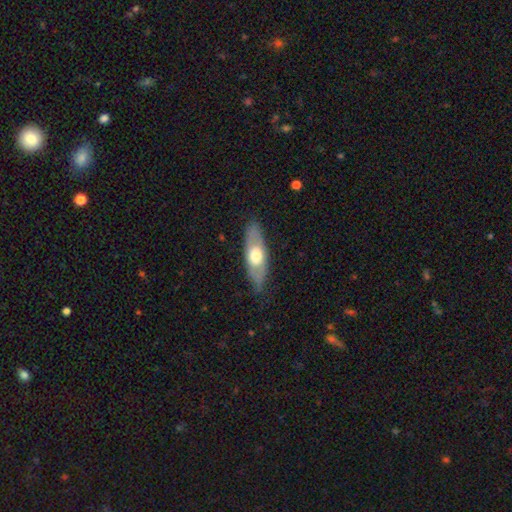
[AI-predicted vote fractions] smooth_or_featured: smooth (p=0.49) [alt: featured or disk p=0.46]
merging: none (p=0.79) [alt: minor disturbance p=0.16]